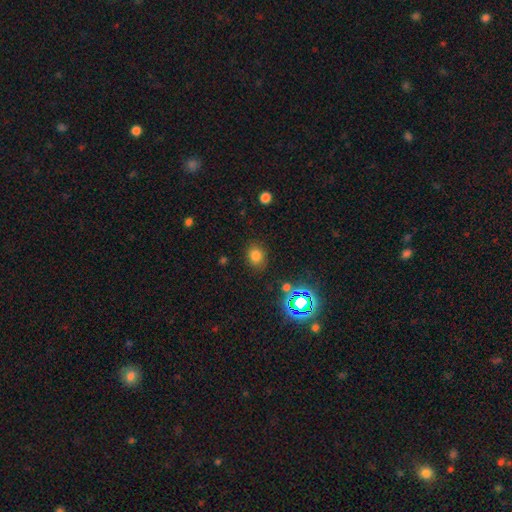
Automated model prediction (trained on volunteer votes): This is likely a smooth galaxy (74%). How rounded: likely round (63%). Merging: clearly none (83%).